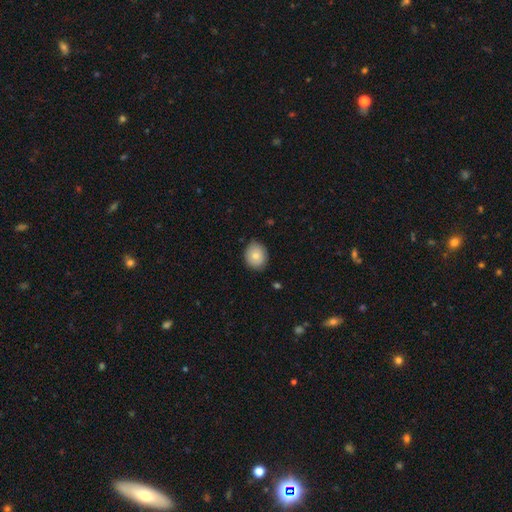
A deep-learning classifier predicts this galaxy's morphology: This appears to be a smooth galaxy with no disk features (78%) that is round (69%). Merging: none (83%).